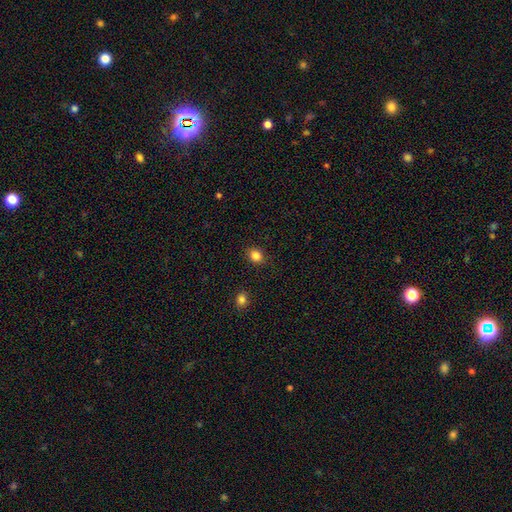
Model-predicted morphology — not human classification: A smooth galaxy with no disk features (85%) that is round (61%). Merging: none (88%).